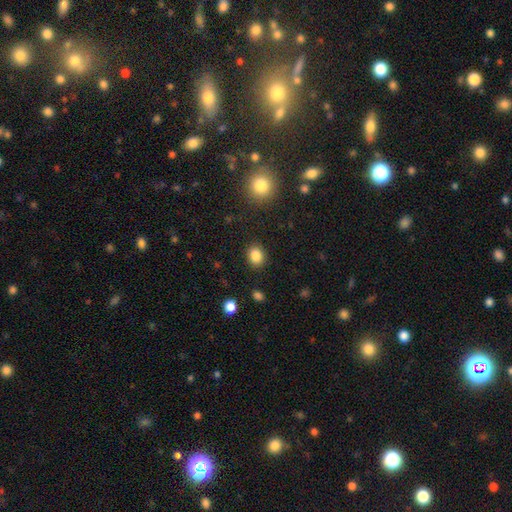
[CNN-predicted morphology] Smooth or featured? Predicted: smooth (p=0.85). How rounded? Predicted: round (p=0.62). Merging? Predicted: none (p=0.88).